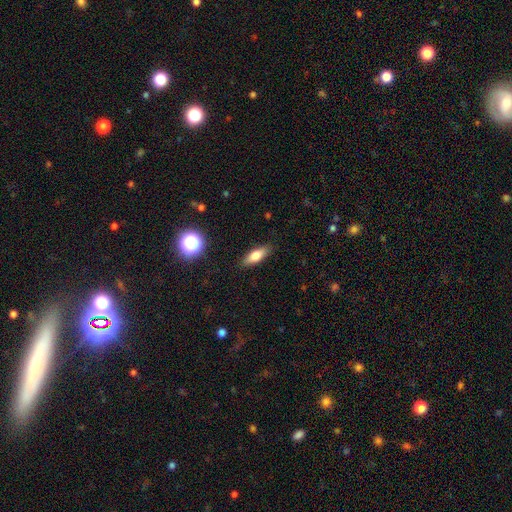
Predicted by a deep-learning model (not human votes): smooth_or_featured: smooth (p=0.72) [alt: featured or disk p=0.20]
how_rounded: in between (p=0.63) [alt: cigar-shaped p=0.34]
merging: none (p=0.87) [alt: minor disturbance p=0.10]